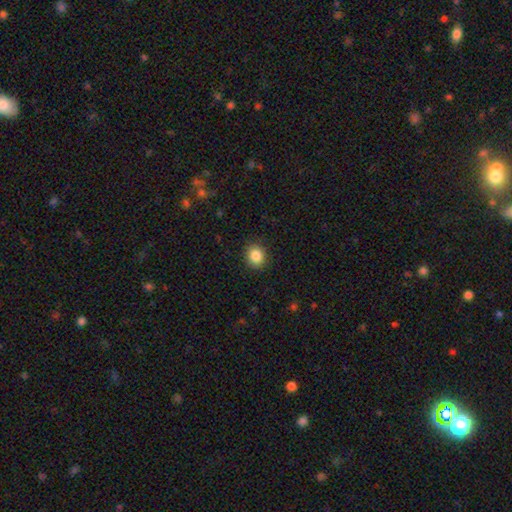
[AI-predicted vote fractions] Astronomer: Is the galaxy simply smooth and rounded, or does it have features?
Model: smooth — 86%.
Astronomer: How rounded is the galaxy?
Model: round — 73%.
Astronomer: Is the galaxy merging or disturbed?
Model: none — 89%.